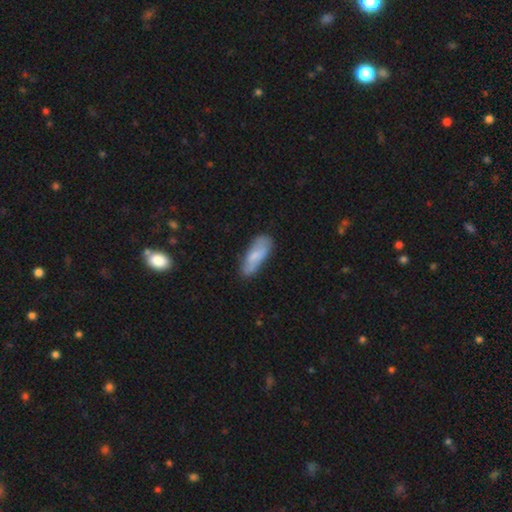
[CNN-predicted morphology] Smooth or featured?
  - smooth: 71% *
  - featured or disk: 22%
  - star or artifact: 7%
How rounded?
  - in between: 64% *
  - cigar-shaped: 34%
  - round: 2%
Merging?
  - none: 65% *
  - minor disturbance: 25%
  - major disturbance: 7%
  - merger: 3%